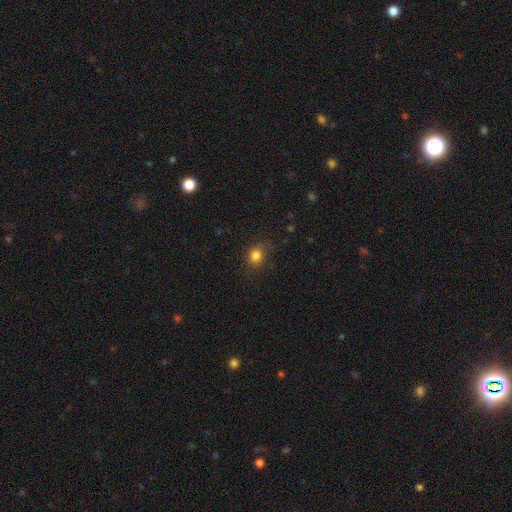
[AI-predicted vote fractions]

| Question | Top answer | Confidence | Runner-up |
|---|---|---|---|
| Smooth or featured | smooth | 82% | star or artifact (13%) |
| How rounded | round | 74% | in between (25%) |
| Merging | none | 75% | minor disturbance (18%) |